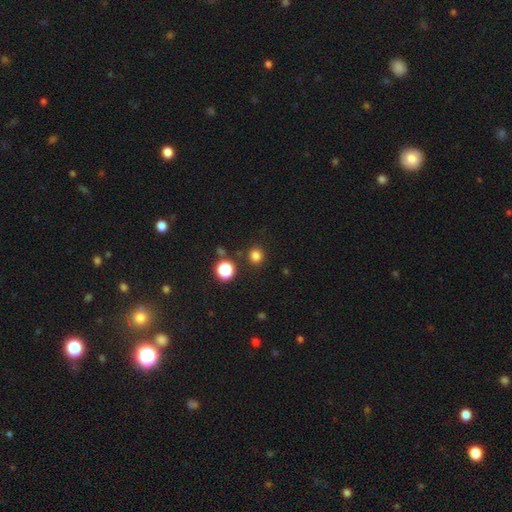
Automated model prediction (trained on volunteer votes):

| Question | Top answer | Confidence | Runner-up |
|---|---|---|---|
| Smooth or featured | smooth | 81% | star or artifact (15%) |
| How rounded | round | 87% | in between (12%) |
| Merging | none | 88% | minor disturbance (6%) |